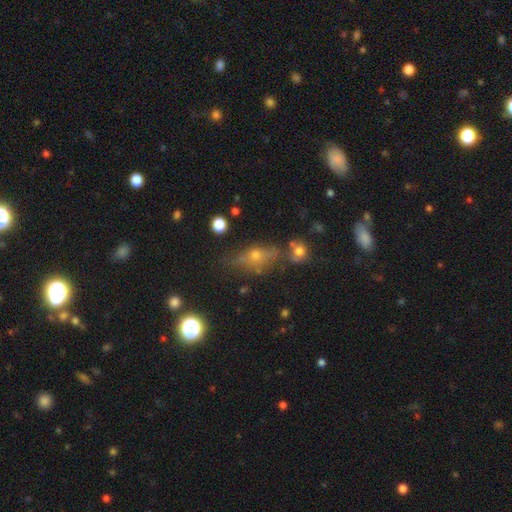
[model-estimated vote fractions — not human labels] Overall: smooth (44%; featured or disk 35%). Merging: none (58%; minor disturbance 21%).